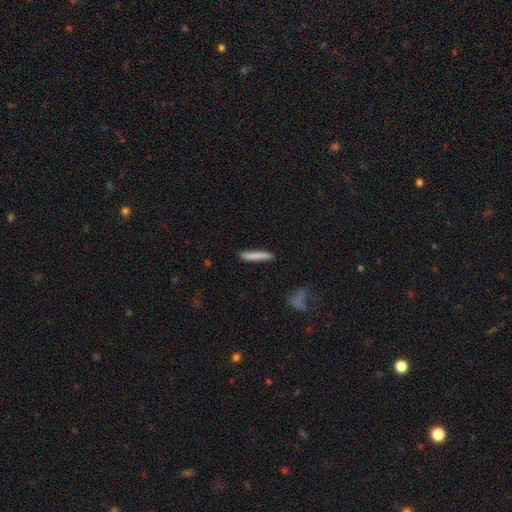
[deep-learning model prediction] Q: Smooth or featured?
A: smooth (82%); runner-up: featured or disk (13%)
Q: How rounded?
A: cigar-shaped (94%); runner-up: in between (5%)
Q: Merging?
A: none (88%); runner-up: minor disturbance (8%)